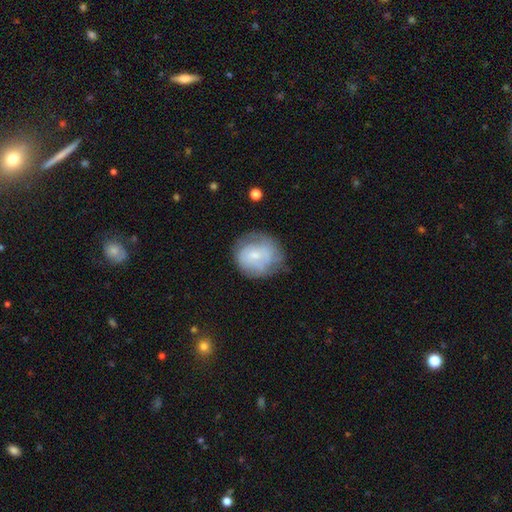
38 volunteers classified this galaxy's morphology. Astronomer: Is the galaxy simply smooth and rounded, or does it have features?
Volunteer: smooth — 53% (runner-up: featured or disk, 42%).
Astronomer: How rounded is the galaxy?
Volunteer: round — 85%.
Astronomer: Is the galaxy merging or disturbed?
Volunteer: none — 56% (runner-up: minor disturbance, 36%).